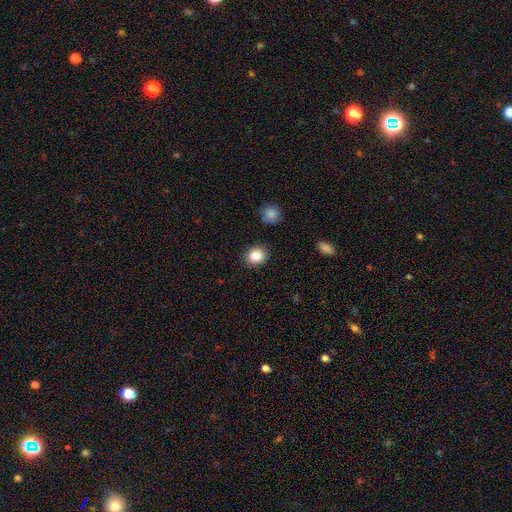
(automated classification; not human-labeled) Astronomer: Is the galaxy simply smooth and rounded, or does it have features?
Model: smooth — 86%.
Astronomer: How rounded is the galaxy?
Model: round — 72%.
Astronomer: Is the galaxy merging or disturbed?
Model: none — 87%.